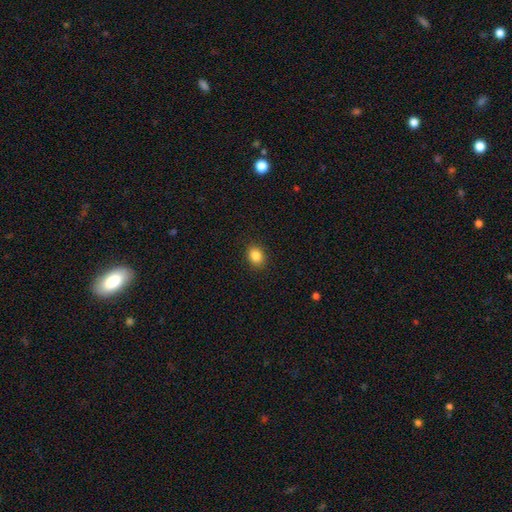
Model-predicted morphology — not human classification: smooth-or-featured: smooth: 85% | star or artifact: 10% | featured or disk: 5%
  how-rounded: in between: 53% | round: 46% | cigar-shaped: 1%
  merging: none: 90% | minor disturbance: 7% | major disturbance: 2% | merger: 1%